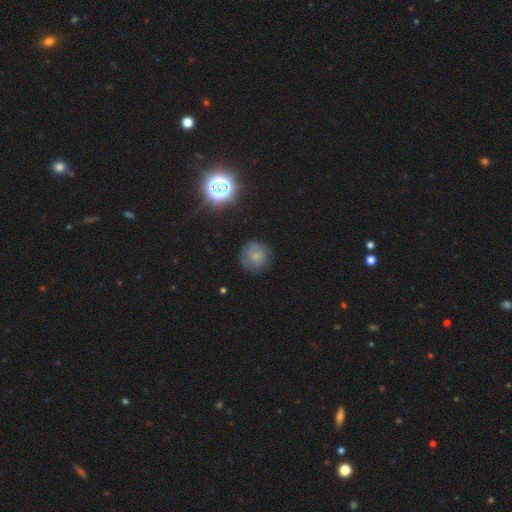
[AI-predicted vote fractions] A smooth galaxy with no disk features (56%) that is round (91%).

Vote fractions:
- Smooth or featured? smooth: 56% / featured or disk: 30% / star or artifact: 14%
- How rounded? round: 91% / in between: 8% / cigar-shaped: 1%
- Merging? none: 74% / minor disturbance: 18% / major disturbance: 6% / merger: 2%